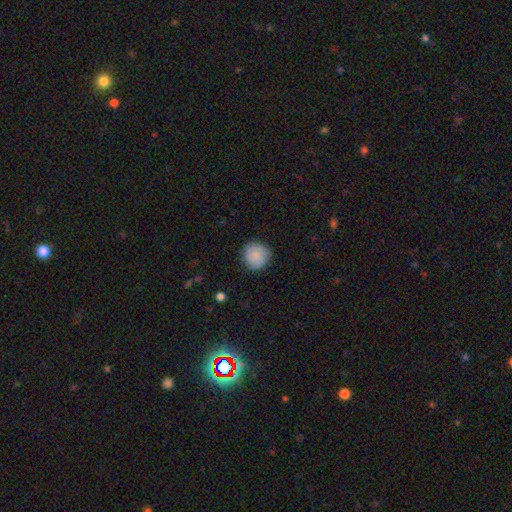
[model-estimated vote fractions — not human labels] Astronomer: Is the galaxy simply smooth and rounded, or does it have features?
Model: smooth — 83%.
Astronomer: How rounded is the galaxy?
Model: round — 92%.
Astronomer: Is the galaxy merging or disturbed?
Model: none — 85%.